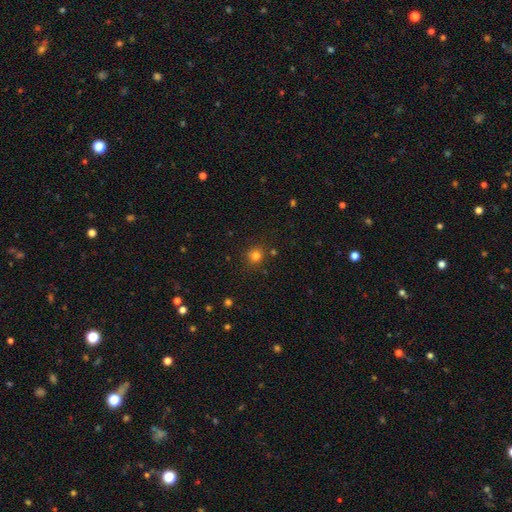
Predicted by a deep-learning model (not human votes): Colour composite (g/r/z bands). It shows a smooth galaxy with no disk features (80%) that is round (89%). Merging: none (85%).